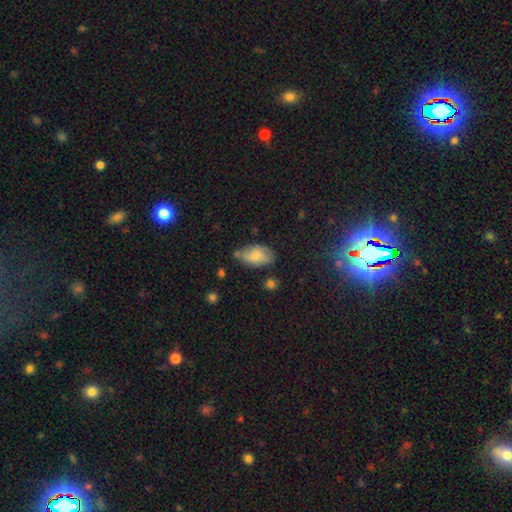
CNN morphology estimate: Smooth or featured? smooth (74%)
How rounded? in between (92%)
Merging? none (55%)